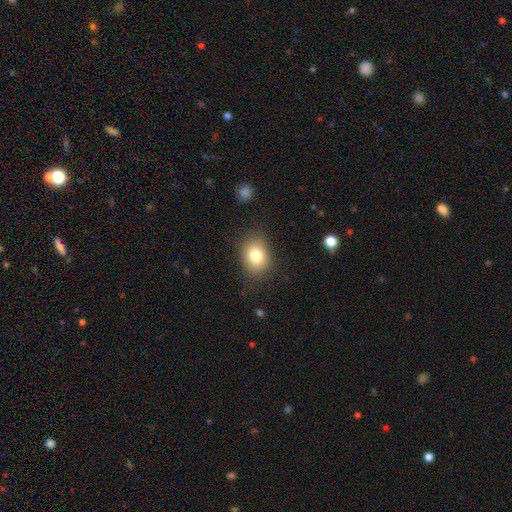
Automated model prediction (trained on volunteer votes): A smooth galaxy with no disk features (80%) that is in between round and cigar-shaped (56%).

Vote fractions:
- Smooth or featured? smooth: 80% / star or artifact: 10% / featured or disk: 10%
- How rounded? in between: 56% / round: 43% / cigar-shaped: 1%
- Merging? none: 83% / minor disturbance: 12% / major disturbance: 4% / merger: 1%